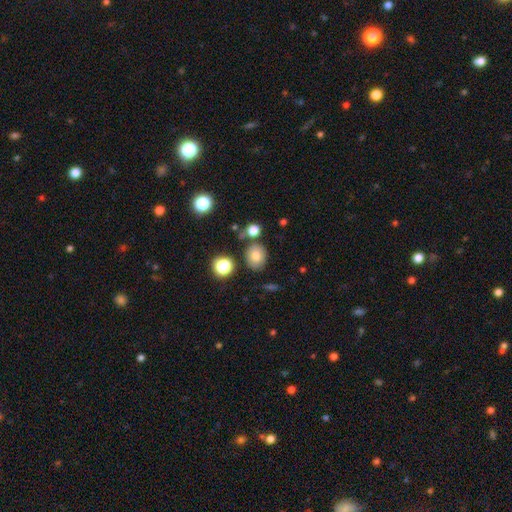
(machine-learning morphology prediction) Overall: smooth (75%). How rounded: round (57%; in between 42%). Merging: none (78%).